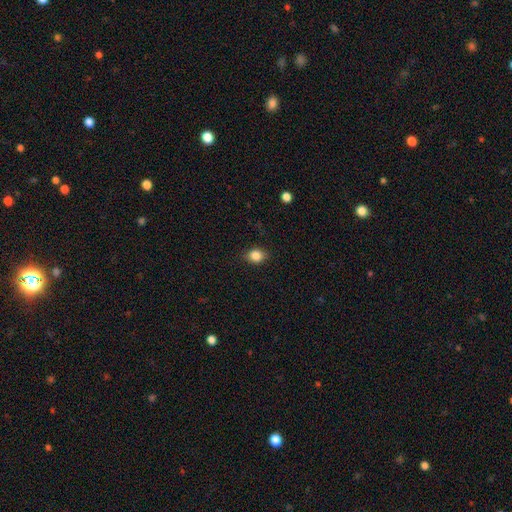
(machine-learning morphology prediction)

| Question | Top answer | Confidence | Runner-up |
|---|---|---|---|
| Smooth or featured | smooth | 84% | star or artifact (10%) |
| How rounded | round | 52% | in between (47%) |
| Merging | none | 84% | minor disturbance (12%) |